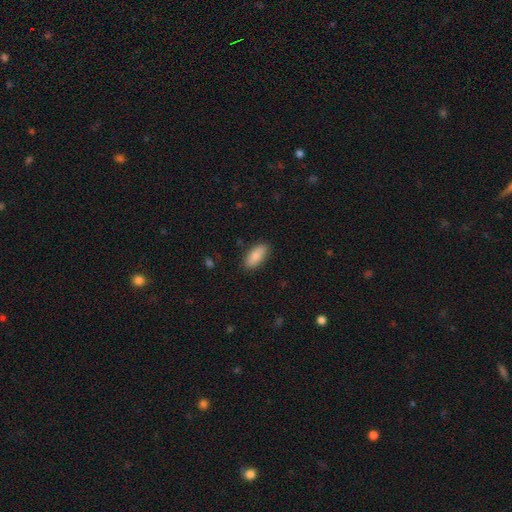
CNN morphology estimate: A smooth galaxy with no disk features (87%) that is in between round and cigar-shaped (84%).

Vote fractions:
- Smooth or featured? smooth: 87% / featured or disk: 7% / star or artifact: 6%
- How rounded? in between: 84% / cigar-shaped: 14% / round: 2%
- Merging? none: 87% / minor disturbance: 10% / major disturbance: 2% / merger: 1%